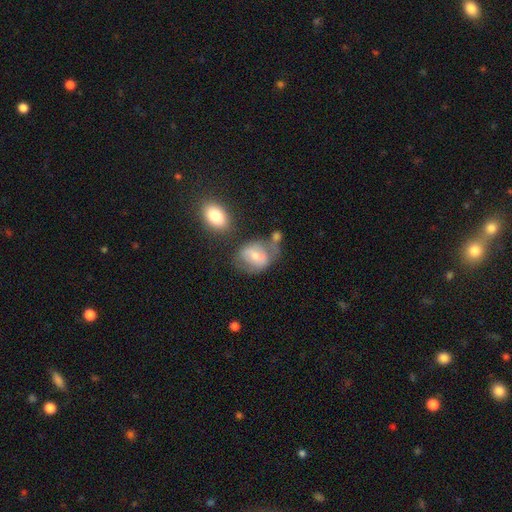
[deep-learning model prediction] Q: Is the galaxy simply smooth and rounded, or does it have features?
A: smooth — 60%.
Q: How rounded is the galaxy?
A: in between — 51%.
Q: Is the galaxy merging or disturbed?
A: none — 40%.